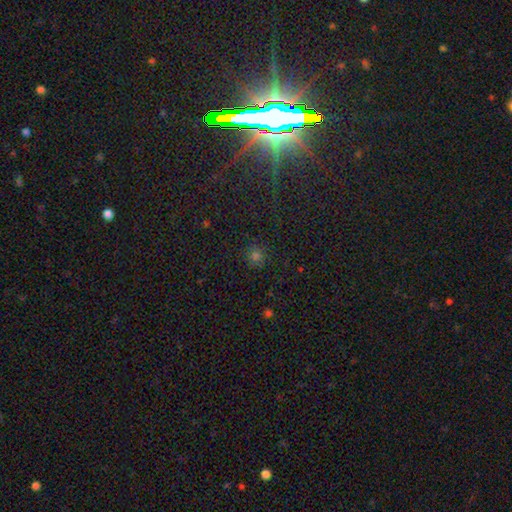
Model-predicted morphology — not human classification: A smooth galaxy with no disk features (65%) that is round (93%).

Vote fractions:
- Smooth or featured? smooth: 65% / star or artifact: 29% / featured or disk: 6%
- How rounded? round: 93% / in between: 6% / cigar-shaped: 1%
- Merging? none: 89% / minor disturbance: 7% / major disturbance: 2% / merger: 1%